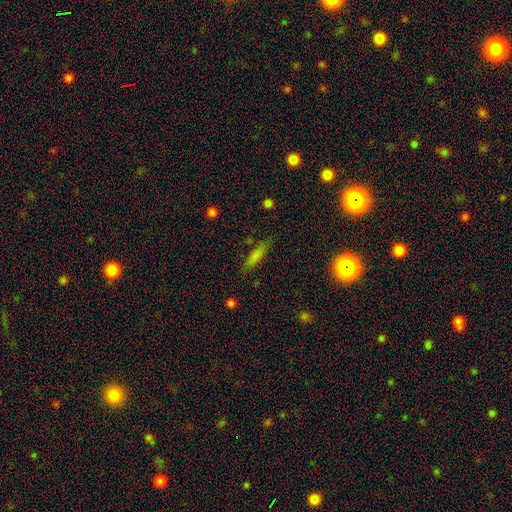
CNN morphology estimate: Smooth or featured?
  - smooth: 73% *
  - featured or disk: 15%
  - star or artifact: 12%
How rounded?
  - cigar-shaped: 72% *
  - in between: 26%
  - round: 3%
Merging?
  - none: 79% *
  - minor disturbance: 15%
  - major disturbance: 4%
  - merger: 2%